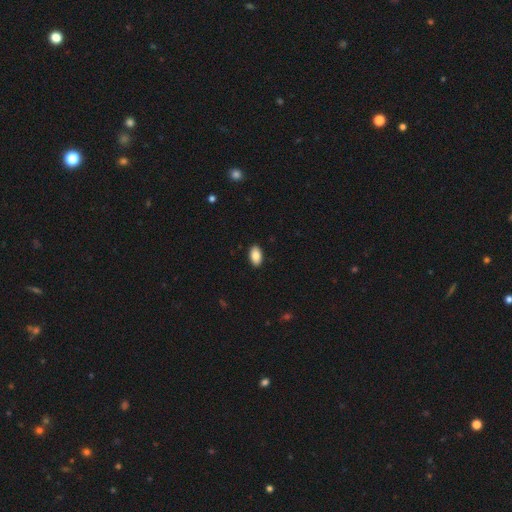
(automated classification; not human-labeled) Morphology: type=smooth (87%); roundness=in between (94%); merging=none (90%).